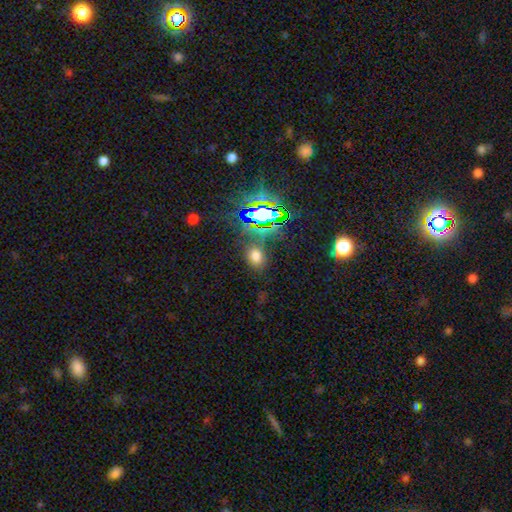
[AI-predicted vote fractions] Smooth or featured? smooth (62%)
How rounded? in between (64%)
Merging? none (77%)